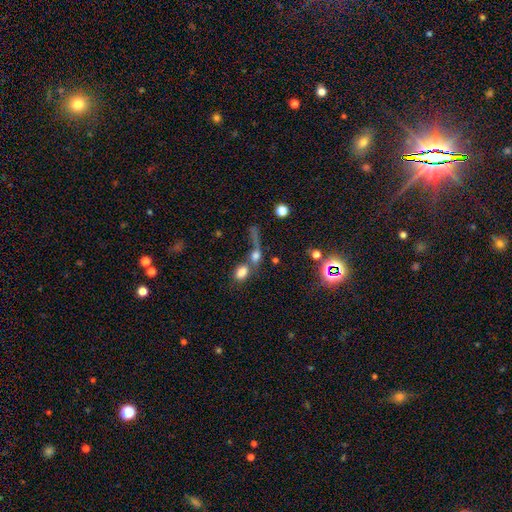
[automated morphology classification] type=smooth (63%); roundness=in between (51%); merging=merger (54%).